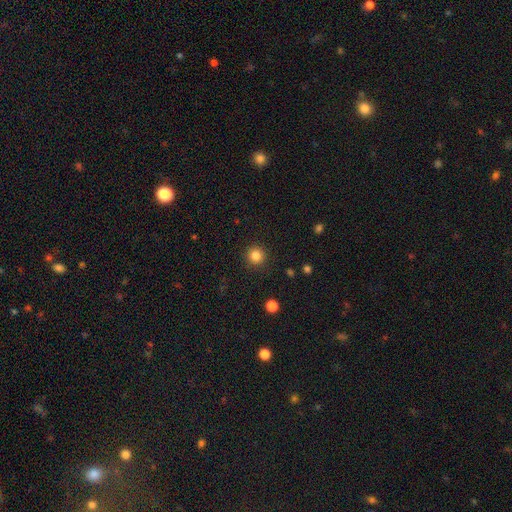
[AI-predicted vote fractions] smooth-or-featured: smooth: 84% | star or artifact: 12% | featured or disk: 4%
  how-rounded: round: 95% | in between: 4% | cigar-shaped: 1%
  merging: none: 91% | minor disturbance: 5% | major disturbance: 2% | merger: 1%